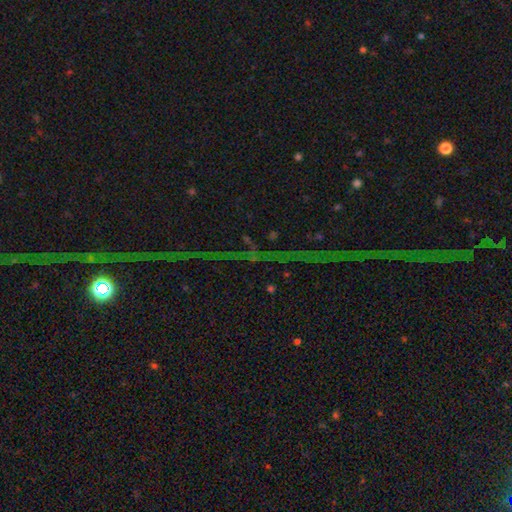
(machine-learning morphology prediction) A star or artifact, not a galaxy (82%).